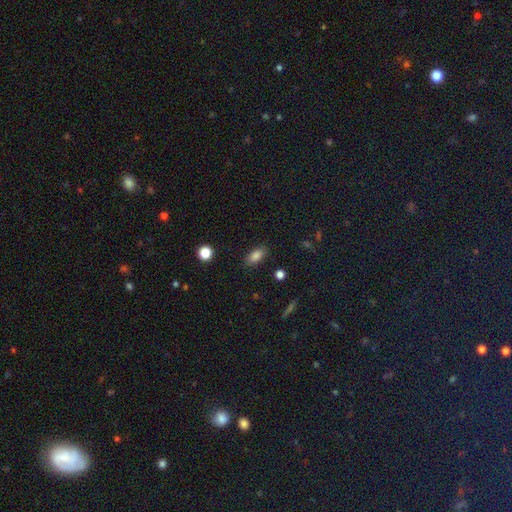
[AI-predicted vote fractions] smooth 83%, star or artifact 9%, featured or disk 7%. Down the decision tree: how rounded — in between (85%); merging — none (86%).